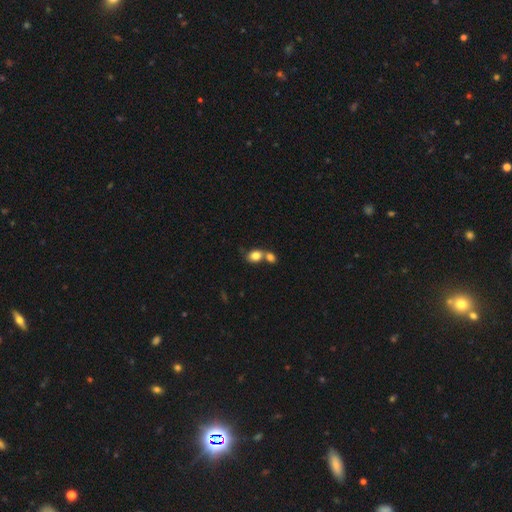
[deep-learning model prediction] This appears to be a smooth galaxy with no disk features (81%) that is in between round and cigar-shaped (56%). Merging: merger (52%).